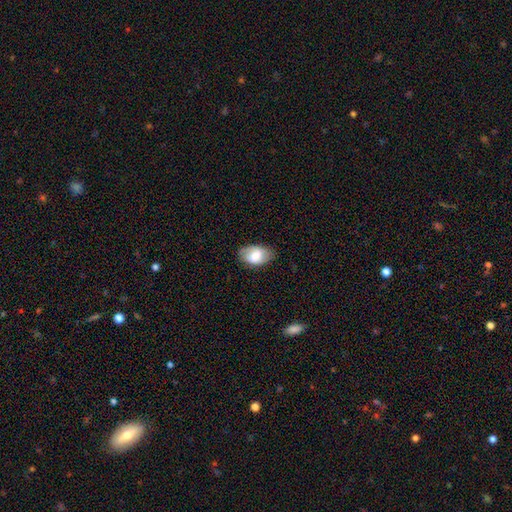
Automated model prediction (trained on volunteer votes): Smooth or featured? Predicted: smooth (p=0.72). How rounded? Predicted: in between (p=0.92). Merging? Predicted: none (p=0.79).